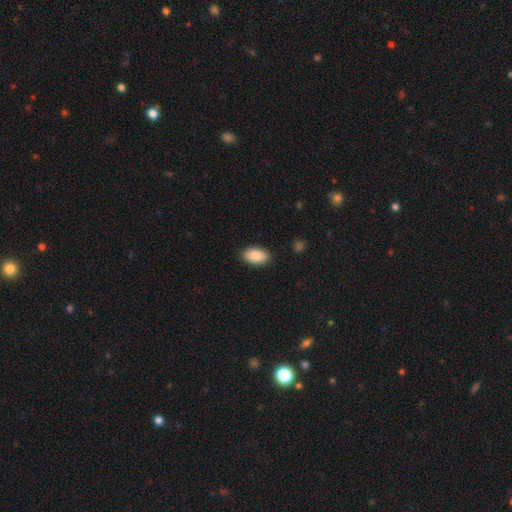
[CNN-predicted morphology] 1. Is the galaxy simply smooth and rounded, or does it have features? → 89% smooth, 6% star or artifact, 5% featured or disk.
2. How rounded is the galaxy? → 94% in between, 4% round, 2% cigar-shaped.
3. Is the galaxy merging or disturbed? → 89% none, 8% minor disturbance, 2% major disturbance, 1% merger.